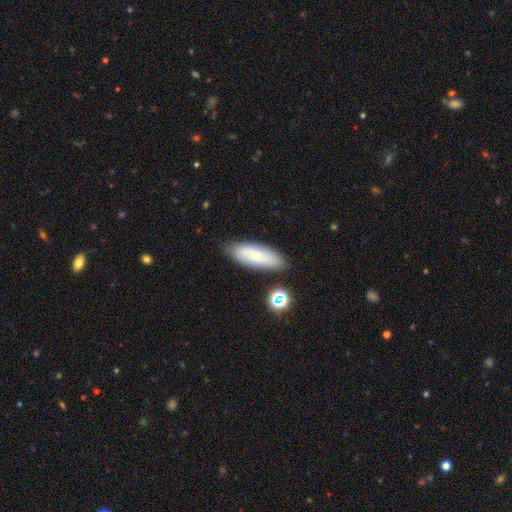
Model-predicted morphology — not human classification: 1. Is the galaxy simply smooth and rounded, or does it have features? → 66% smooth, 26% featured or disk, 8% star or artifact.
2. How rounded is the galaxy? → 63% in between, 34% cigar-shaped, 2% round.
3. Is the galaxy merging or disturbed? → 79% none, 14% minor disturbance, 4% merger, 3% major disturbance.